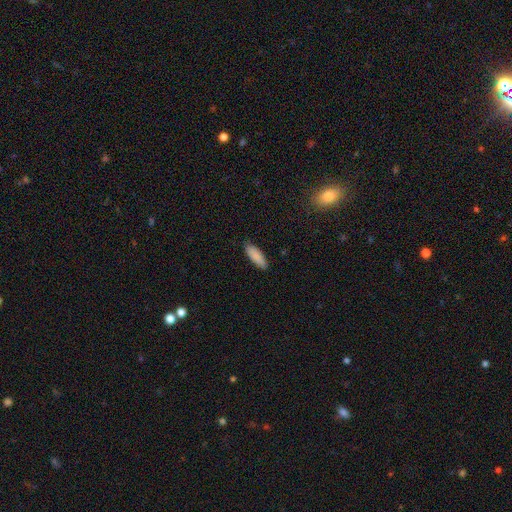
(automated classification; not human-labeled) smooth 89%, star or artifact 6%, featured or disk 5%. Down the decision tree: how rounded — in between (51%); merging — none (87%).